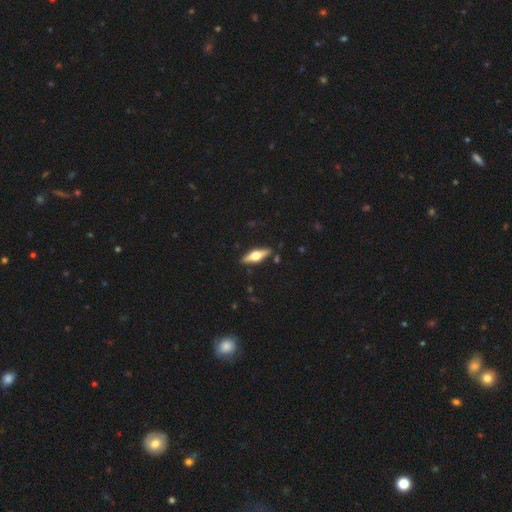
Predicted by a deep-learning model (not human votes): Smooth or featured: featured or disk — 60% (smooth — 35%)
Edge-on disk: yes — 94% (no — 6%)
Edge-on bulge: rounded — 95% (boxy — 3%)
Merging: none — 88% (minor disturbance — 8%)